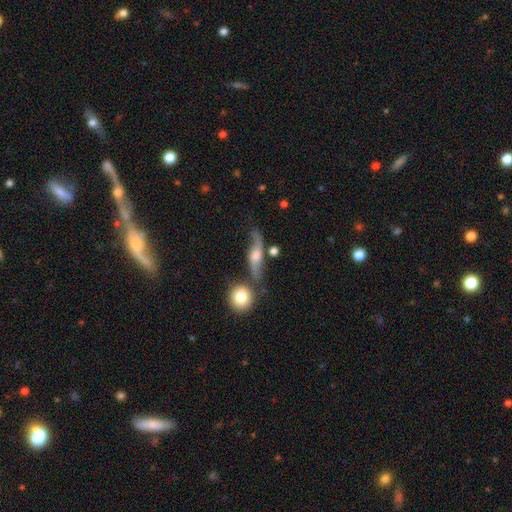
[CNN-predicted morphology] type=featured or disk (71%); edge-on=no (59%); merging=none (61%).